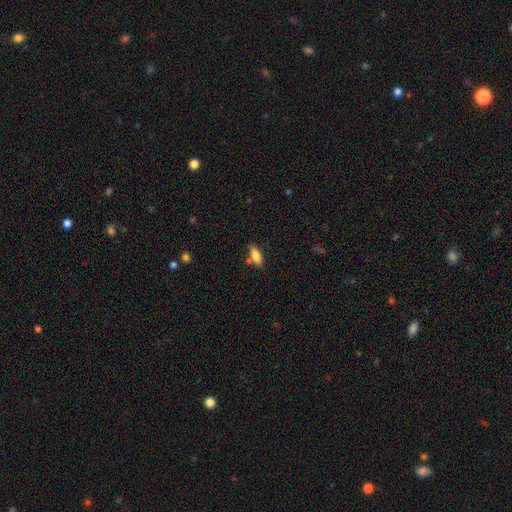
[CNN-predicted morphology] type=smooth (79%); roundness=in between (71%); merging=none (72%).